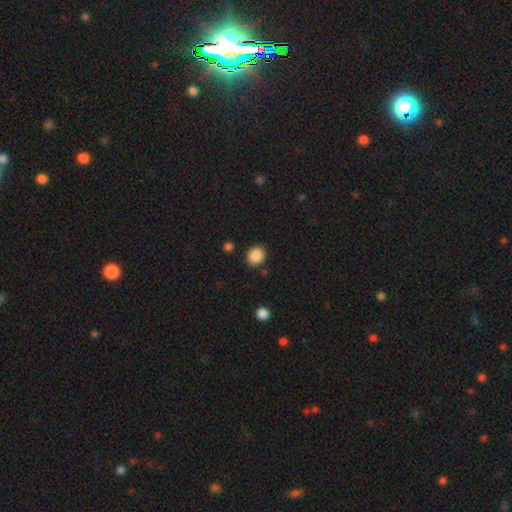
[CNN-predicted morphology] Smooth or featured? Predicted: smooth (p=0.88). How rounded? Predicted: round (p=0.72). Merging? Predicted: none (p=0.87).